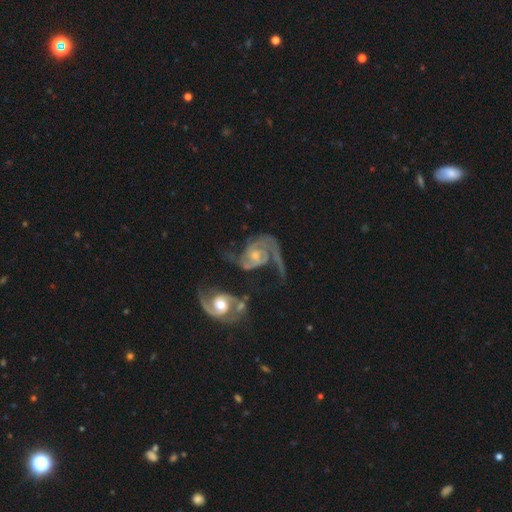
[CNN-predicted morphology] A featured or disk galaxy (89%) with no bar (60%), 2 (65%) medium (46%) spiral arms (96%) and a moderate central bulge (50%).

Vote fractions:
- Smooth or featured? featured or disk: 89% / smooth: 6% / star or artifact: 5%
- Edge-on disk? no: 97% / yes: 3%
- Bar? no: 60% / weak: 32% / strong: 8%
- Spiral arms? yes: 96% / no: 4%
- Spiral winding? medium: 46% / tight: 33% / loose: 21%
- Spiral arm count? 2: 65% / 3: 11% / 1: 10% / can't tell: 8% / 4: 3% / more than 4: 3%
- Bulge size? moderate: 50% / small: 43% / large: 3% / none: 3% / dominant: 1%
- Merging? major disturbance: 31% / none: 29% / merger: 23% / minor disturbance: 17%